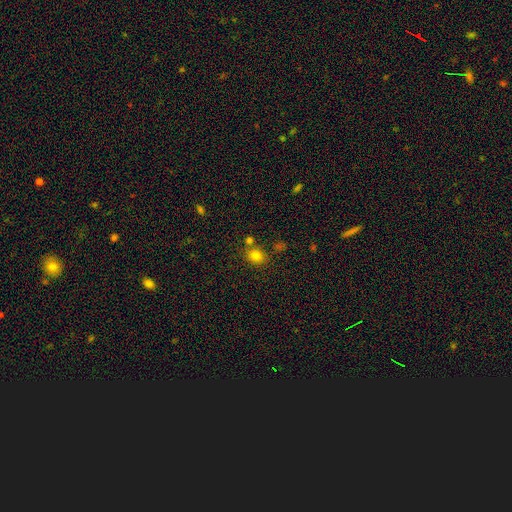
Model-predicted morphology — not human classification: Smooth or featured?
  - smooth: 79% *
  - star or artifact: 14%
  - featured or disk: 7%
How rounded?
  - round: 66% *
  - in between: 33%
  - cigar-shaped: 1%
Merging?
  - none: 72% *
  - merger: 13%
  - minor disturbance: 11%
  - major disturbance: 3%